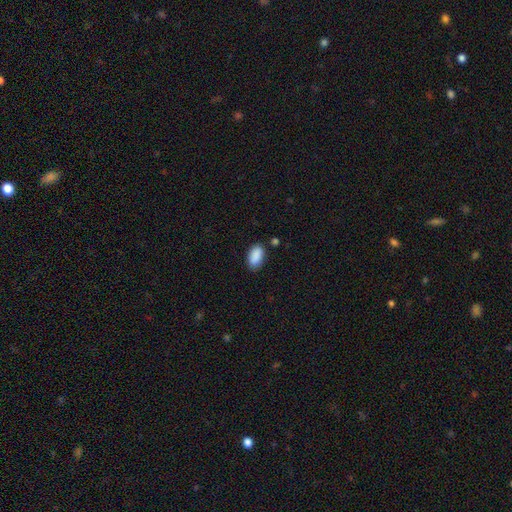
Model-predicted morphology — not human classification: smooth 90%, star or artifact 7%, featured or disk 3%. Down the decision tree: how rounded — in between (94%); merging — none (81%).